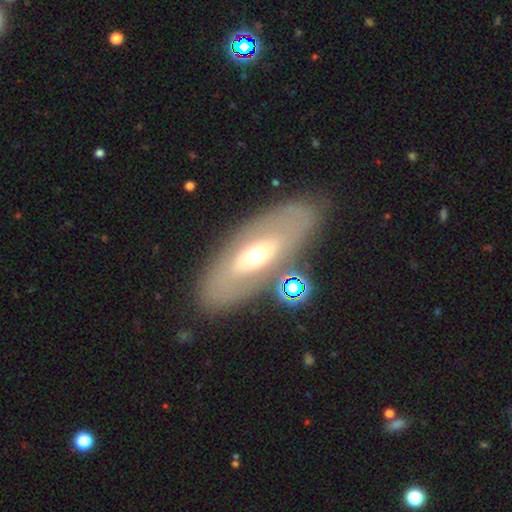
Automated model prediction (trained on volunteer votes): Smooth or featured? featured or disk (57%)
Edge-on disk? no (78%)
Merging? none (80%)